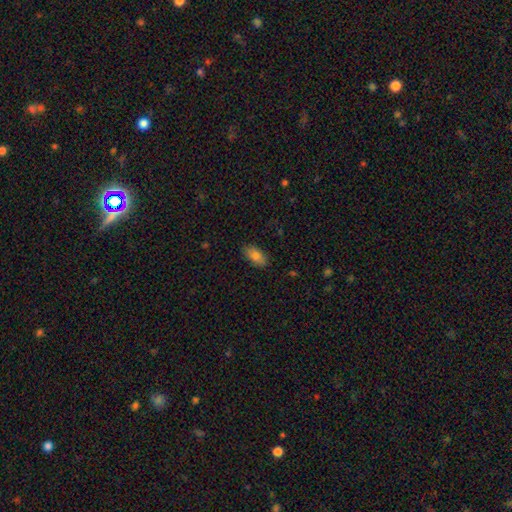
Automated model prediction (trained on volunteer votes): smooth 82%, featured or disk 10%, star or artifact 8%. Down the decision tree: how rounded — in between (91%); merging — none (86%).